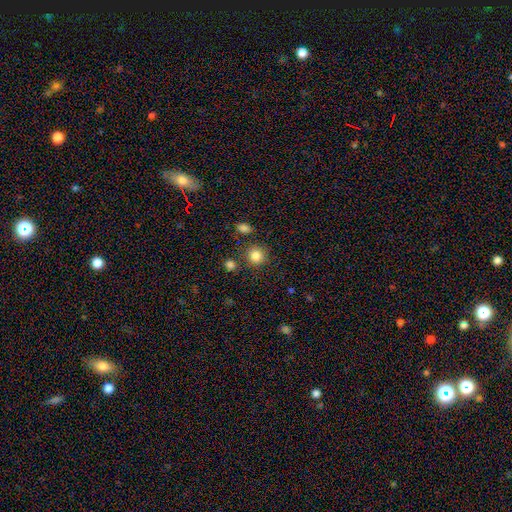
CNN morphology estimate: smooth_or_featured: smooth (p=0.84) [alt: star or artifact p=0.11]
how_rounded: round (p=0.90) [alt: in between p=0.09]
merging: none (p=0.81) [alt: minor disturbance p=0.09]